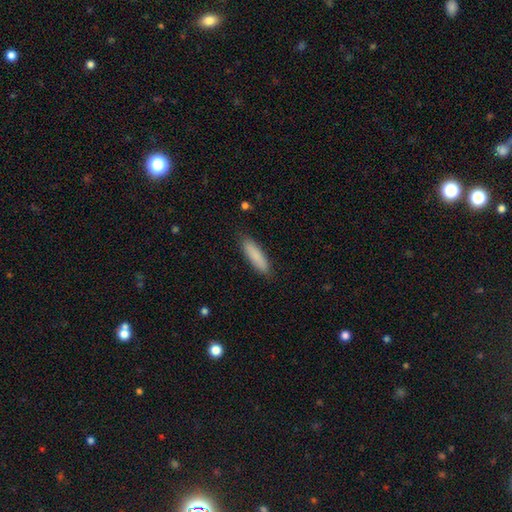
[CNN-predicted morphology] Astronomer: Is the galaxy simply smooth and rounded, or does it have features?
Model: smooth — 86%.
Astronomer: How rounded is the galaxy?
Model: cigar-shaped — 65%.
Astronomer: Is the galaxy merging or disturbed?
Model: none — 87%.